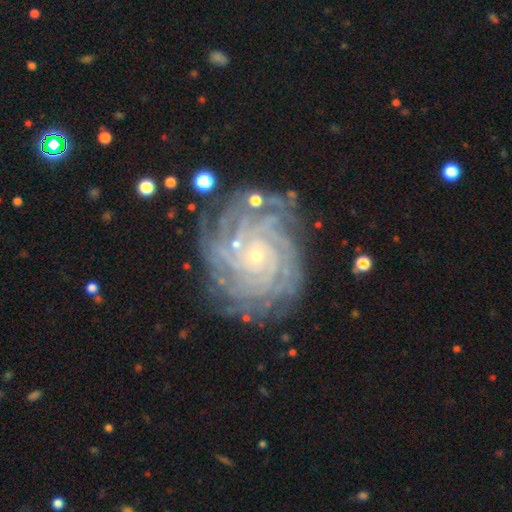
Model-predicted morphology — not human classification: This is clearly a featured or disk galaxy (90%). It is clearly not viewed edge-on (98%). Bar: likely no (74%). Spiral arm pattern: clearly yes (98%). Spiral arm count: marginally more than 4 (37%). Spiral winding: clearly tight (85%). Central bulge: clearly small (86%). Merging: likely none (79%).